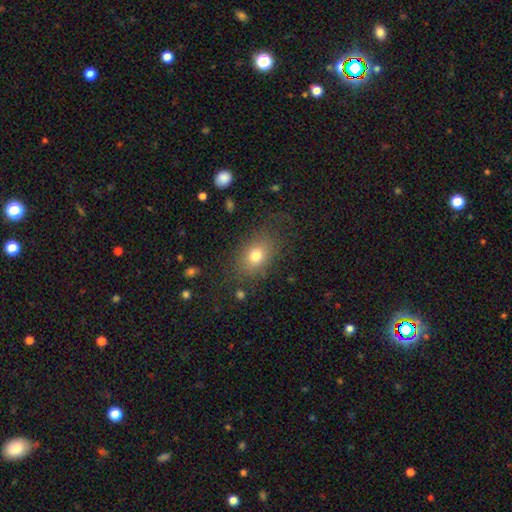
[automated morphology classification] Smooth or featured?
  - smooth: 75% *
  - featured or disk: 13%
  - star or artifact: 12%
How rounded?
  - in between: 68% *
  - round: 30%
  - cigar-shaped: 2%
Merging?
  - none: 73% *
  - minor disturbance: 15%
  - major disturbance: 10%
  - merger: 2%